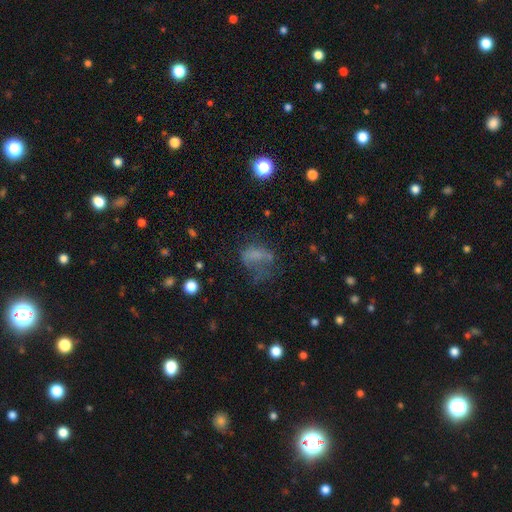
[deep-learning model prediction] The model was most divided on "merging": major disturbance: 40%, none: 33%, minor disturbance: 22%, merger: 5%. Remaining: smooth or featured — smooth (50%).